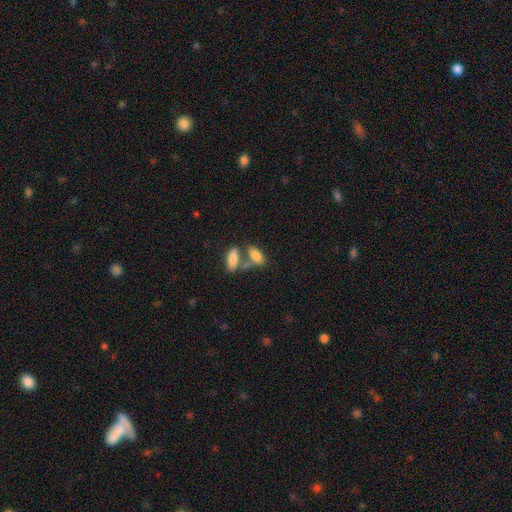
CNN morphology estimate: Smooth or featured: smooth — 80% (featured or disk — 13%)
How rounded: in between — 82% (cigar-shaped — 14%)
Merging: merger — 47% (none — 39%)